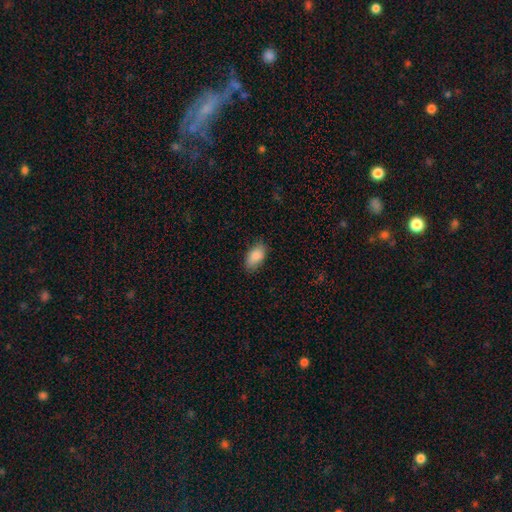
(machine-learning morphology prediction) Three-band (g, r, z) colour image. It shows a smooth galaxy with no disk features (87%) that is in between round and cigar-shaped (93%). Merging: none (81%).